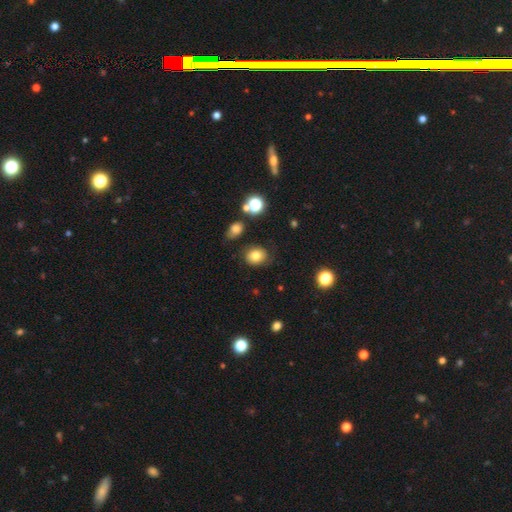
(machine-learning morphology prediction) The model was most divided on "how rounded": round: 60%, in between: 39%, cigar-shaped: 1%. More confident: merging — none (79%); smooth or featured — smooth (78%).